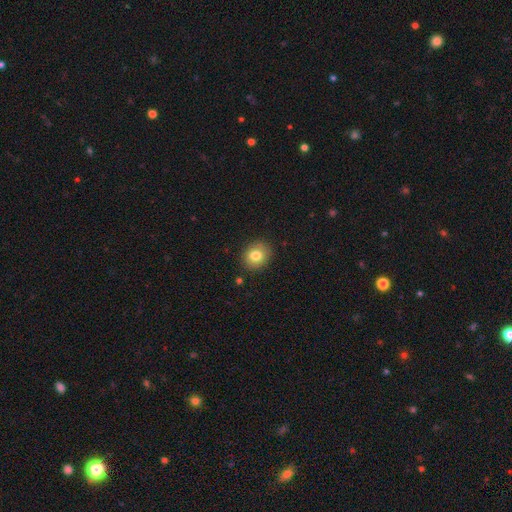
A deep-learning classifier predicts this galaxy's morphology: type=smooth (79%); roundness=round (66%); merging=none (87%).